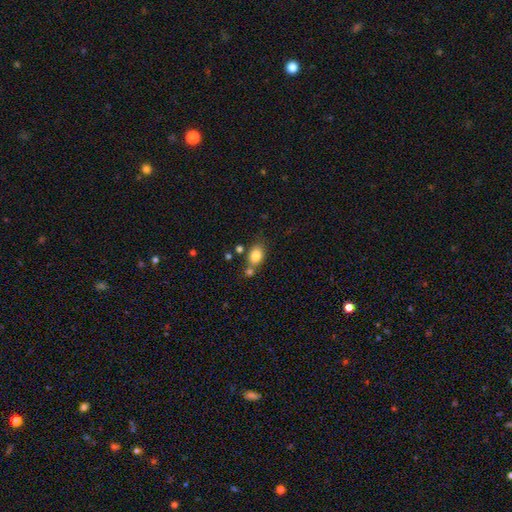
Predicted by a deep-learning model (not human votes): This appears to be a smooth galaxy with no disk features (84%) that is in between round and cigar-shaped (72%). Merging: none (62%).